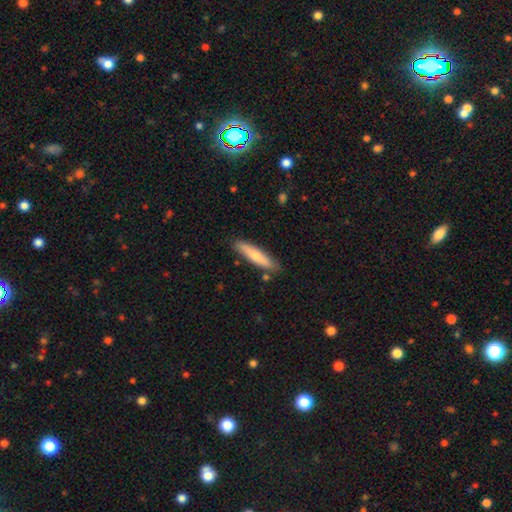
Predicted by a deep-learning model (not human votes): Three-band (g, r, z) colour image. It shows a smooth galaxy with no disk features (67%) that is cigar-shaped (83%). Merging: none (83%).